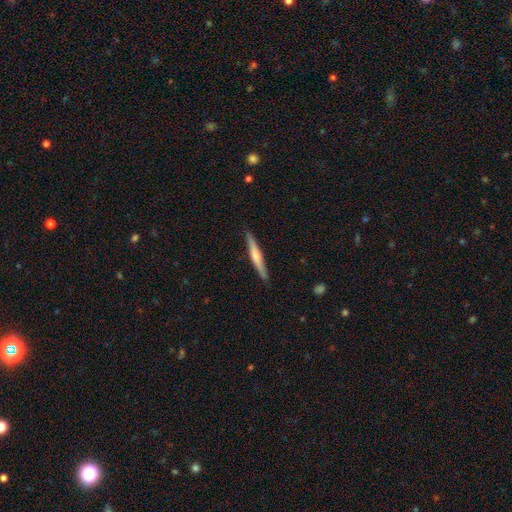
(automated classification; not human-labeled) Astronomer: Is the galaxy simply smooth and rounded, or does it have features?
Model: smooth — 49% (runner-up: featured or disk, 46%).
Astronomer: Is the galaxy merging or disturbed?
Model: none — 88%.